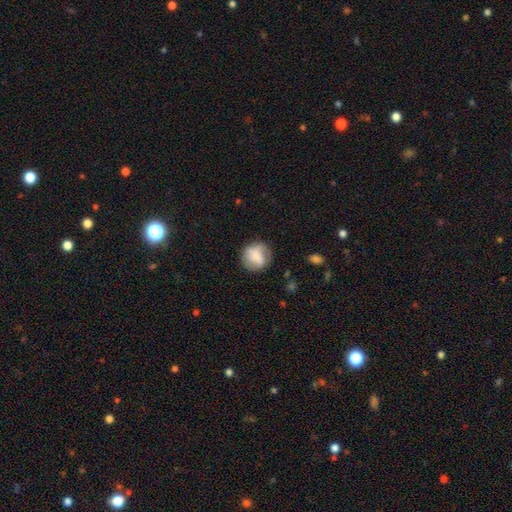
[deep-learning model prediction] Smooth or featured: smooth — 71% (featured or disk — 21%)
How rounded: round — 86% (in between — 13%)
Merging: none — 73% (minor disturbance — 18%)